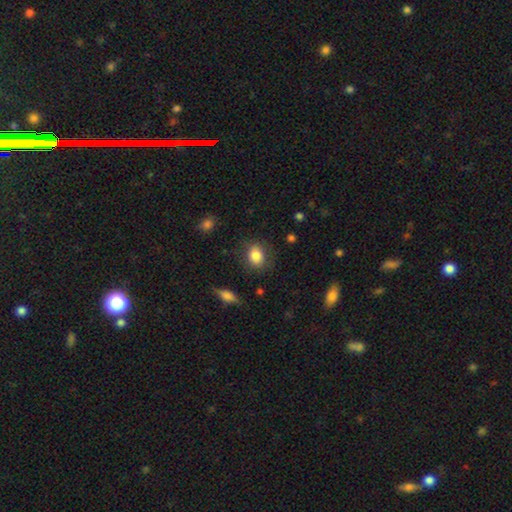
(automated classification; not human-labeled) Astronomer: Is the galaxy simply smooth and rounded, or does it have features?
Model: smooth — 83%.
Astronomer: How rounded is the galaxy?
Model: in between — 59% (runner-up: round, 40%).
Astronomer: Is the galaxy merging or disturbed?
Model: none — 76%.